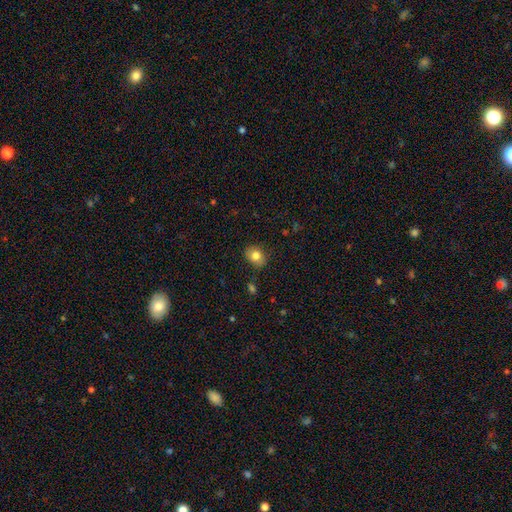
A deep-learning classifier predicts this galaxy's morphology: Q: Smooth or featured?
A: smooth (79%); runner-up: featured or disk (12%)
Q: How rounded?
A: round (52%); runner-up: in between (48%)
Q: Merging?
A: none (83%); runner-up: minor disturbance (12%)